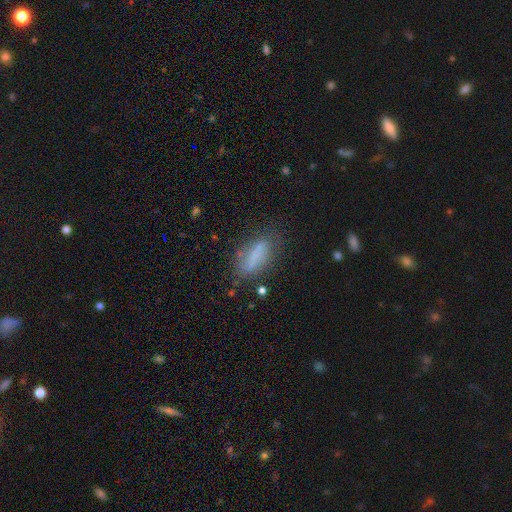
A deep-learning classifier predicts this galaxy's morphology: Q: Smooth or featured?
A: smooth (62%); runner-up: featured or disk (27%)
Q: How rounded?
A: in between (57%); runner-up: cigar-shaped (40%)
Q: Merging?
A: none (64%); runner-up: minor disturbance (22%)